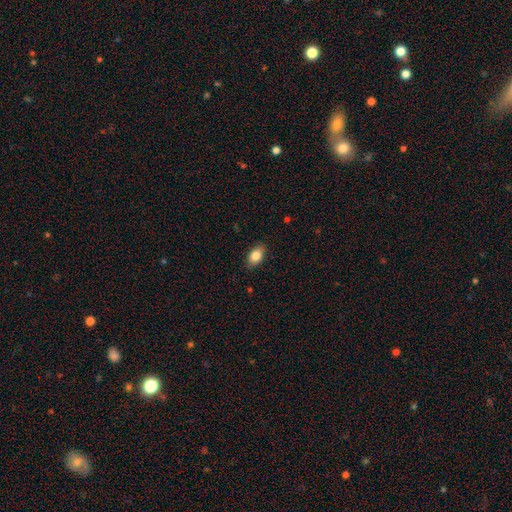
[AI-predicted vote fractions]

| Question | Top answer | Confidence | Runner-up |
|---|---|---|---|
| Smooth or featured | smooth | 85% | featured or disk (8%) |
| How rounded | in between | 89% | round (9%) |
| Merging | none | 86% | minor disturbance (11%) |